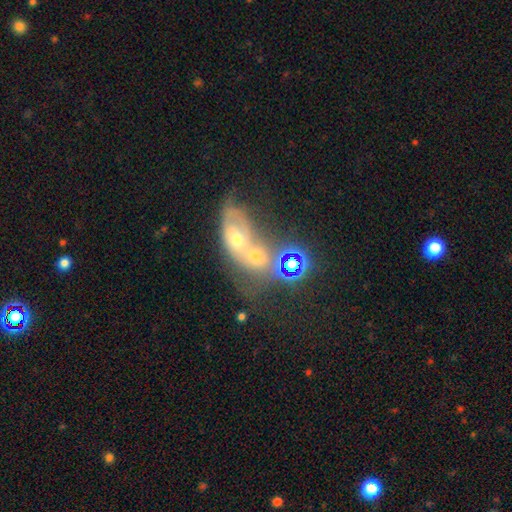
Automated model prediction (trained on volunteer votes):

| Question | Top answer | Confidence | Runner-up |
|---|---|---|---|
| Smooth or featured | smooth | 41% | featured or disk (33%) |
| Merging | merger | 68% | none (17%) |